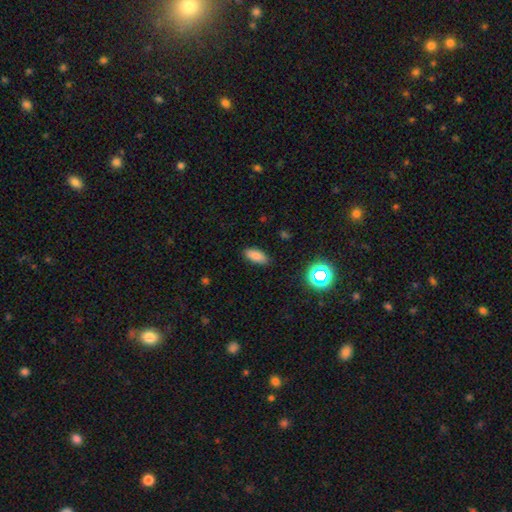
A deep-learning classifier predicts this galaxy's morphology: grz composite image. It shows a smooth galaxy with no disk features (83%) that is in between round and cigar-shaped (84%). Merging: none (86%).